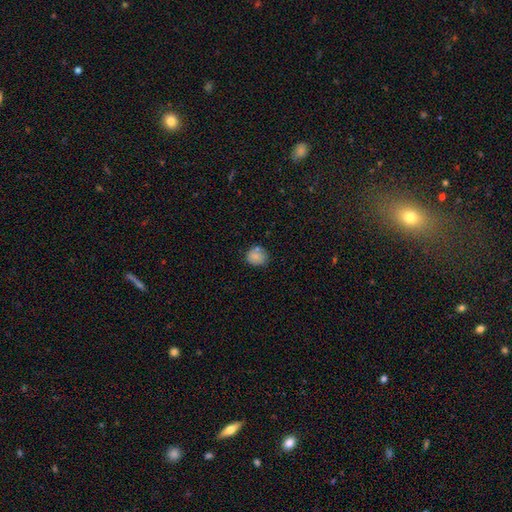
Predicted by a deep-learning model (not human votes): smooth_or_featured: smooth (p=0.81) [alt: star or artifact p=0.10]
how_rounded: round (p=0.75) [alt: in between p=0.24]
merging: none (p=0.70) [alt: minor disturbance p=0.18]